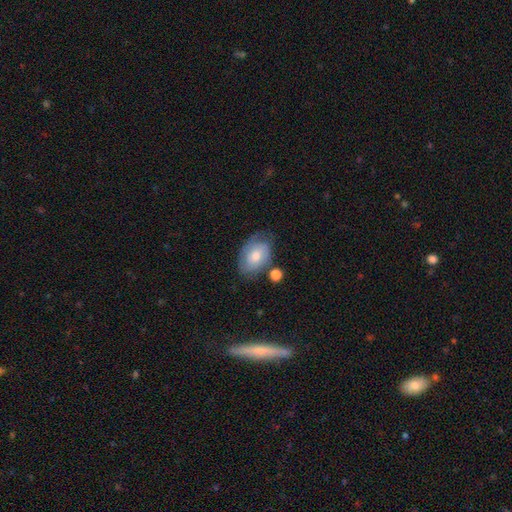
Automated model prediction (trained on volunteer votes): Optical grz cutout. It shows a featured or disk galaxy (50%). Merging: none (62%).